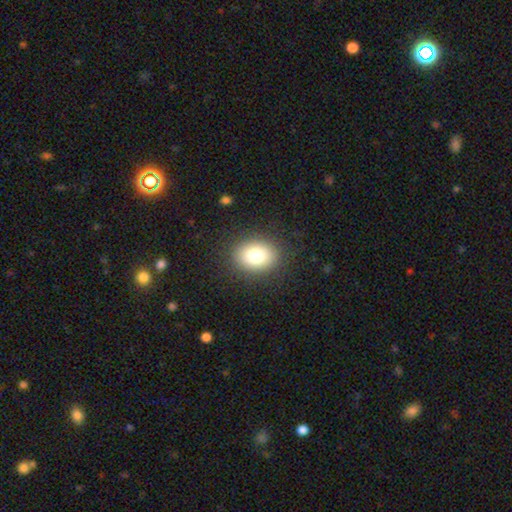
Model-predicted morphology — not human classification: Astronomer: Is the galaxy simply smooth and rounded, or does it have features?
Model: smooth — 80%.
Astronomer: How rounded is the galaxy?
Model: in between — 54% (runner-up: round, 45%).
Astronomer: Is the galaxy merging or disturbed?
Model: none — 87%.